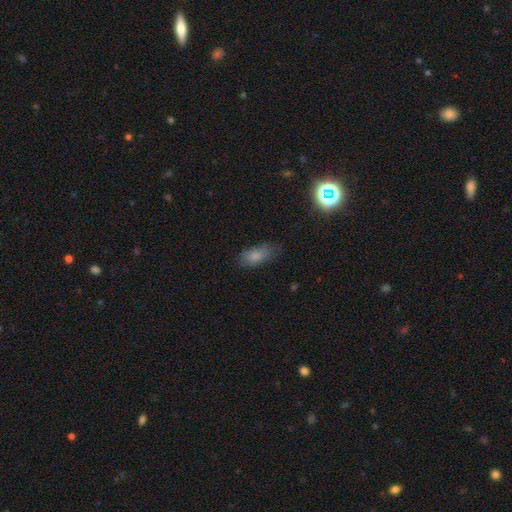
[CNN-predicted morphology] A smooth galaxy with no disk features (79%) that is in between round and cigar-shaped (82%).

Vote fractions:
- Smooth or featured? smooth: 79% / featured or disk: 11% / star or artifact: 9%
- How rounded? in between: 82% / cigar-shaped: 15% / round: 3%
- Merging? none: 68% / minor disturbance: 24% / major disturbance: 7% / merger: 2%